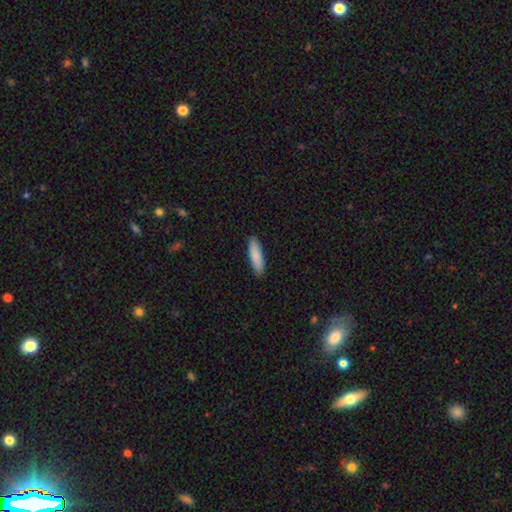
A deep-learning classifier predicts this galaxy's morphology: A smooth galaxy with no disk features (87%) that is cigar-shaped (63%). Merging: none (90%).